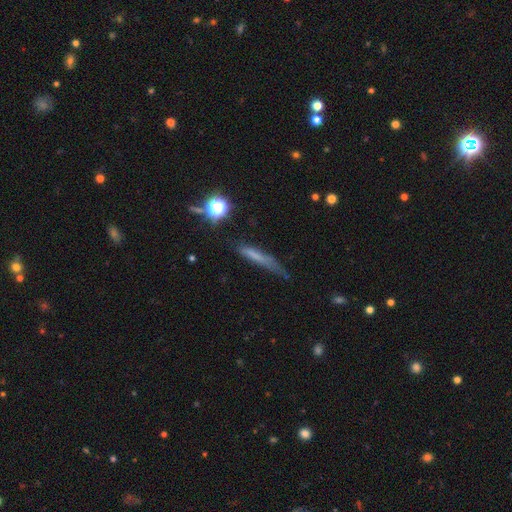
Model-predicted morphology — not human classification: Q: Smooth or featured?
A: smooth (57%); runner-up: featured or disk (28%)
Q: How rounded?
A: cigar-shaped (88%); runner-up: in between (9%)
Q: Merging?
A: none (54%); runner-up: minor disturbance (29%)